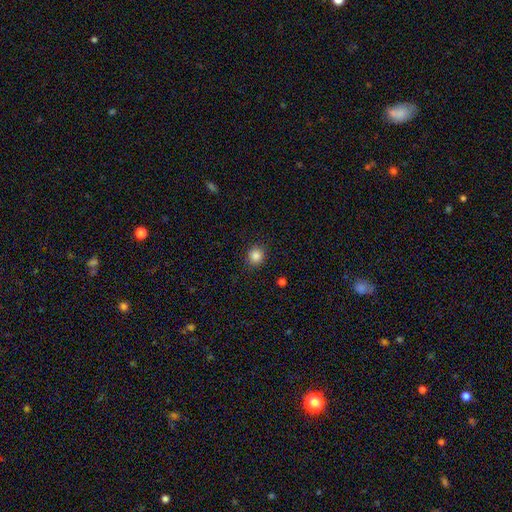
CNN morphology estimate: Smooth or featured? smooth (85%)
How rounded? round (90%)
Merging? none (89%)